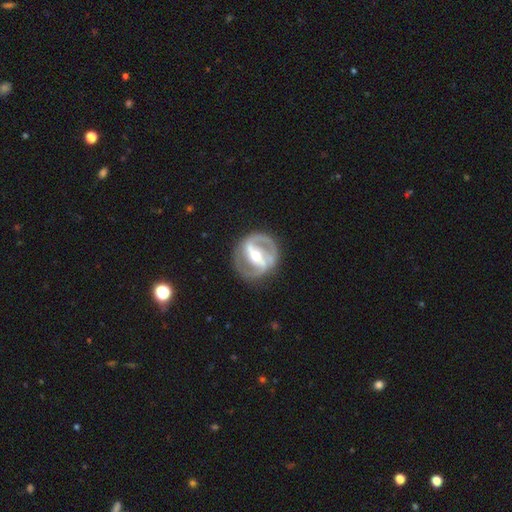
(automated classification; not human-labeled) This is clearly a featured or disk galaxy (88%). It is clearly not viewed edge-on (97%). Bar: likely strong (64%). Spiral arm pattern: clearly yes (90%). Spiral arm count: clearly 2 (88%). Spiral winding: possibly medium (48%). Central bulge: likely moderate (67%). Merging: clearly none (83%).